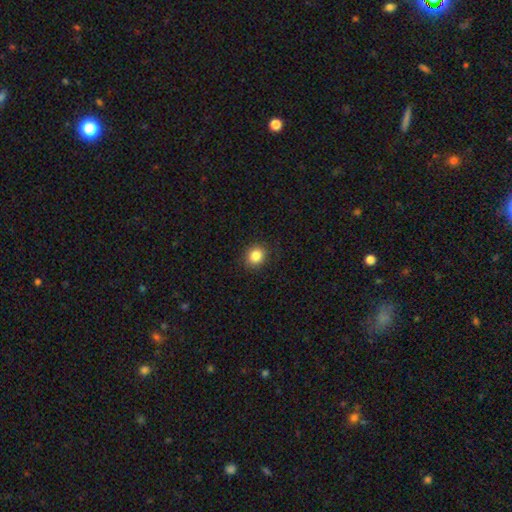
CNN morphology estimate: Smooth or featured?
  - smooth: 85% *
  - star or artifact: 10%
  - featured or disk: 5%
How rounded?
  - round: 75% *
  - in between: 24%
  - cigar-shaped: 1%
Merging?
  - none: 88% *
  - minor disturbance: 8%
  - major disturbance: 2%
  - merger: 1%